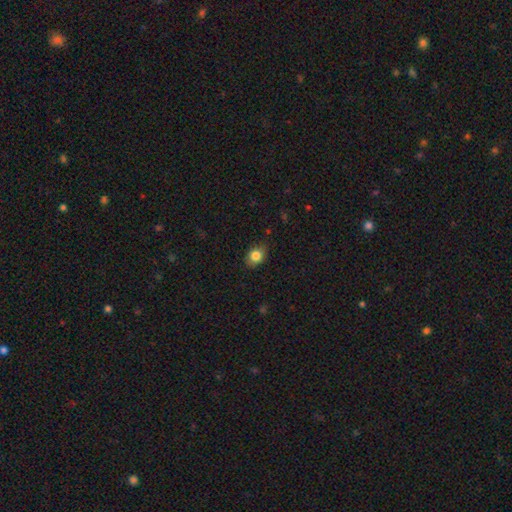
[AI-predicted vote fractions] Smooth or featured? smooth (83%)
How rounded? in between (59%)
Merging? none (80%)